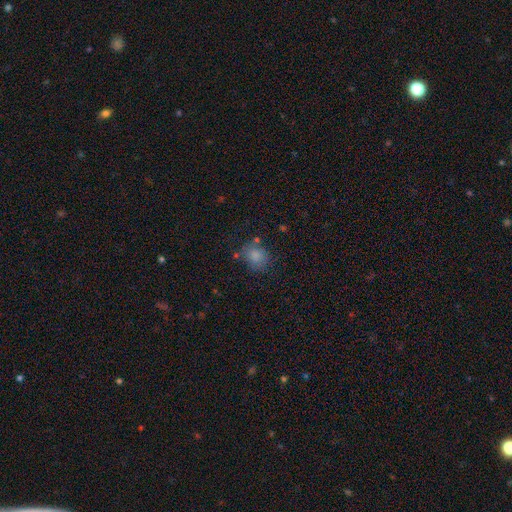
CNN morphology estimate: Smooth or featured? smooth (82%)
How rounded? round (66%)
Merging? none (68%)